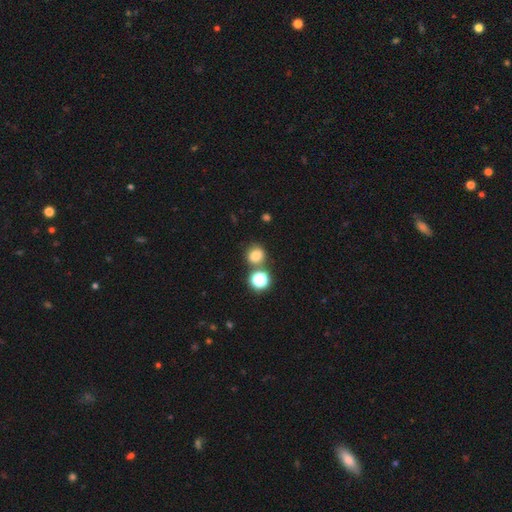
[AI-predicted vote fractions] A smooth galaxy with no disk features (76%) that is round (79%). Merging: none (70%).